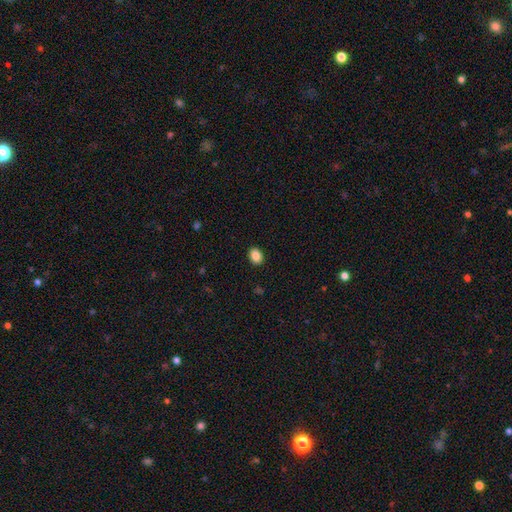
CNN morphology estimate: Q: Smooth or featured?
A: smooth (87%); runner-up: star or artifact (9%)
Q: How rounded?
A: in between (66%); runner-up: round (33%)
Q: Merging?
A: none (90%); runner-up: minor disturbance (7%)